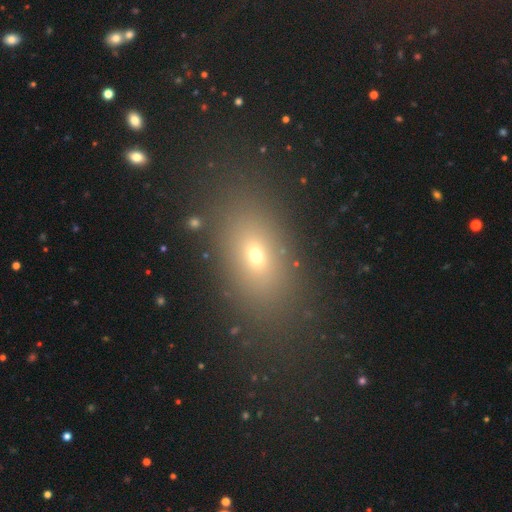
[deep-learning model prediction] smooth 63%, star or artifact 22%, featured or disk 15%. Down the decision tree: how rounded — in between (77%); merging — none (84%).